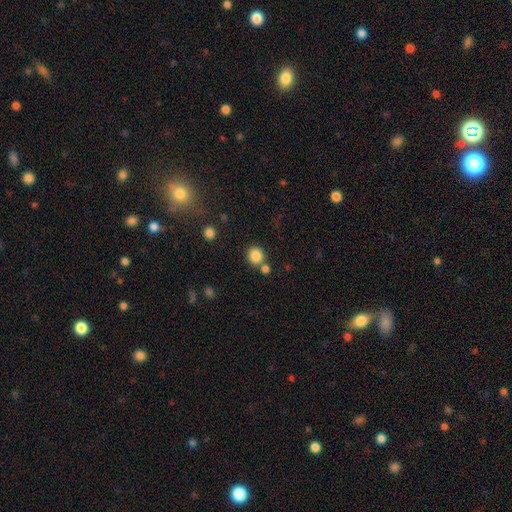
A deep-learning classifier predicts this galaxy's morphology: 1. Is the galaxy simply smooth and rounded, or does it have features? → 85% smooth, 10% star or artifact, 5% featured or disk.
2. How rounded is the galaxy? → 84% round, 15% in between, 1% cigar-shaped.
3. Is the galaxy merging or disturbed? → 71% none, 18% merger, 9% minor disturbance, 3% major disturbance.